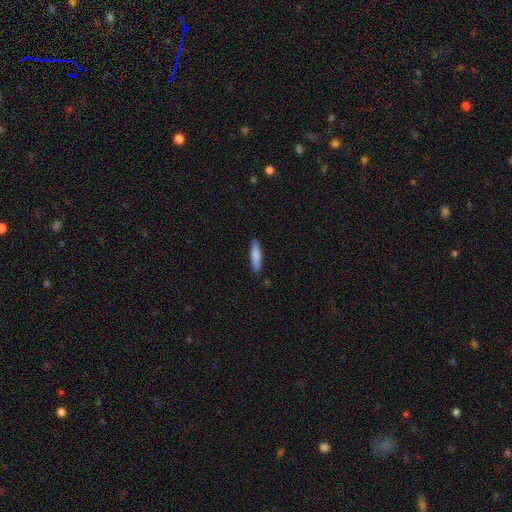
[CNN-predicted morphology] Q: Smooth or featured?
A: smooth (80%); runner-up: featured or disk (14%)
Q: How rounded?
A: cigar-shaped (80%); runner-up: in between (18%)
Q: Merging?
A: none (88%); runner-up: minor disturbance (9%)